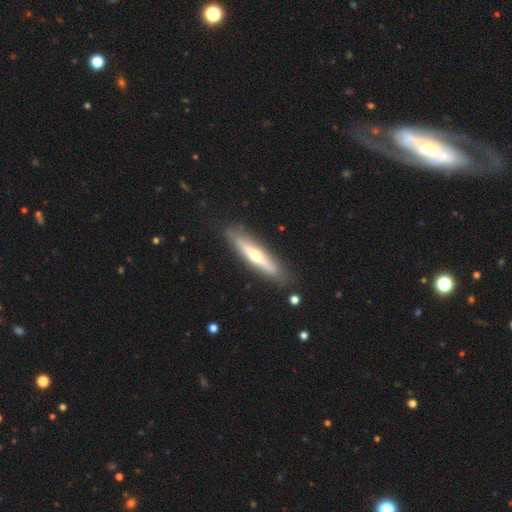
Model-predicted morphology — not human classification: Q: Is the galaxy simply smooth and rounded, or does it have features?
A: featured or disk — 60%.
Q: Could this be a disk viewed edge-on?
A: yes — 88%.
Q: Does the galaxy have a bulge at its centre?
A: rounded — 89%.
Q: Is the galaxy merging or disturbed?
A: none — 85%.